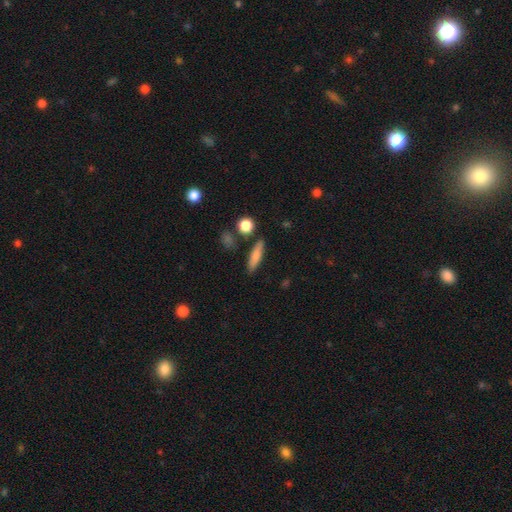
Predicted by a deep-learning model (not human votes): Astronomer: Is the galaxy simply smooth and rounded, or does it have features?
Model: smooth — 78%.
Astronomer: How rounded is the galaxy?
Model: cigar-shaped — 69%.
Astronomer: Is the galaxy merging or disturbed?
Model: none — 83%.